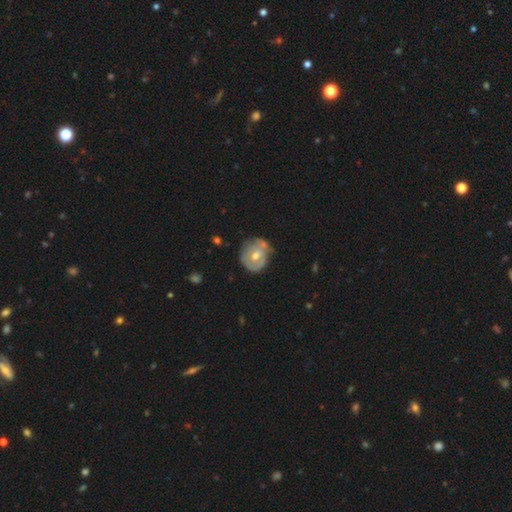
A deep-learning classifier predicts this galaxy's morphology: A featured or disk galaxy (58%) with no bar (67%), spiral arms (60%) and a moderate central bulge (71%).

Vote fractions:
- Smooth or featured? featured or disk: 58% / smooth: 35% / star or artifact: 7%
- Edge-on disk? no: 97% / yes: 3%
- Bar? no: 67% / weak: 28% / strong: 6%
- Spiral arms? yes: 60% / no: 40%
- Bulge size? moderate: 71% / small: 24% / large: 3% / none: 1% / dominant: 1%
- Merging? none: 60% / minor disturbance: 26% / major disturbance: 7% / merger: 6%